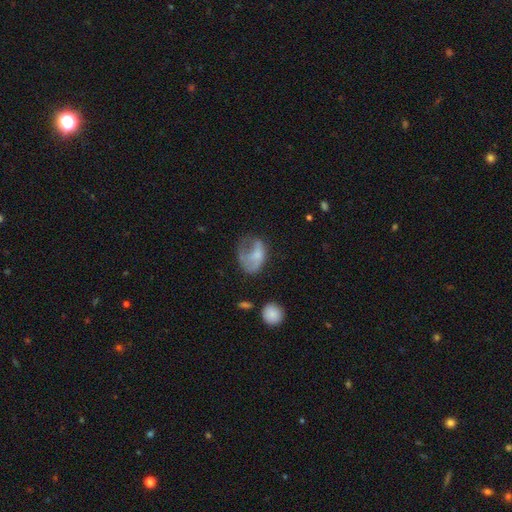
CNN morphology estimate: smooth 53%, featured or disk 38%, star or artifact 10%. Down the decision tree: how rounded — in between (75%); merging — major disturbance (49%).